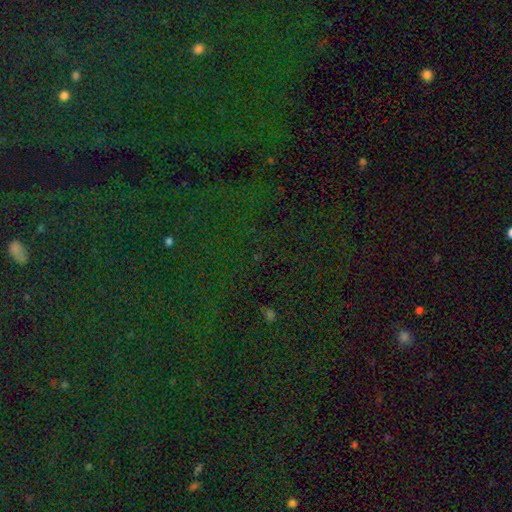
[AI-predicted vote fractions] A star or artifact, not a galaxy (84%).